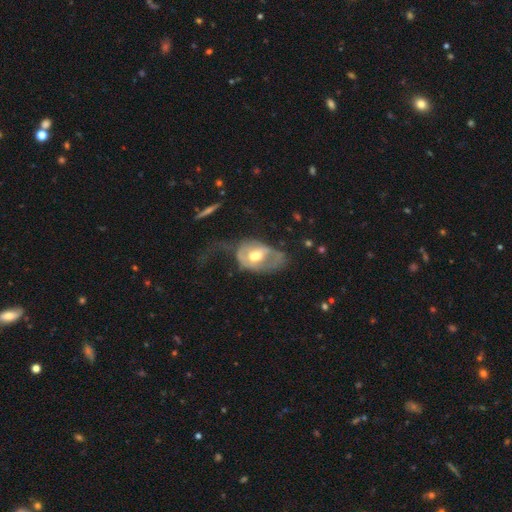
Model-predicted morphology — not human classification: Smooth or featured: featured or disk — 57% (smooth — 37%)
Edge-on disk: no — 93% (yes — 7%)
Bar: no — 53% (weak — 34%)
Spiral arms: no — 63% (yes — 37%)
Bulge size: moderate — 68% (large — 21%)
Merging: major disturbance — 54% (none — 21%)